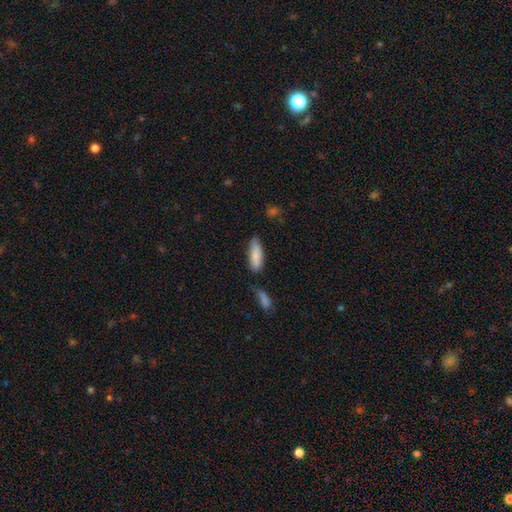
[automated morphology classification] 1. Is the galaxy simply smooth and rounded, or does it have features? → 83% smooth, 11% featured or disk, 6% star or artifact.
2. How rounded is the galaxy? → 57% in between, 42% cigar-shaped, 2% round.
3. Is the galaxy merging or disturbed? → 63% none, 23% minor disturbance, 8% merger, 6% major disturbance.